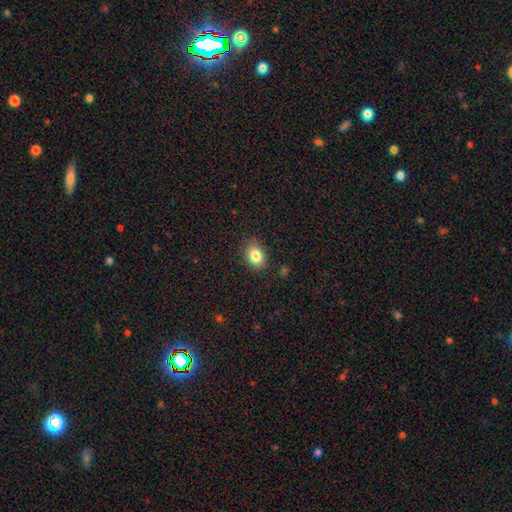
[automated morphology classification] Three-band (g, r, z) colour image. It shows a smooth galaxy with no disk features (83%) that is in between round and cigar-shaped (69%). Merging: none (86%).